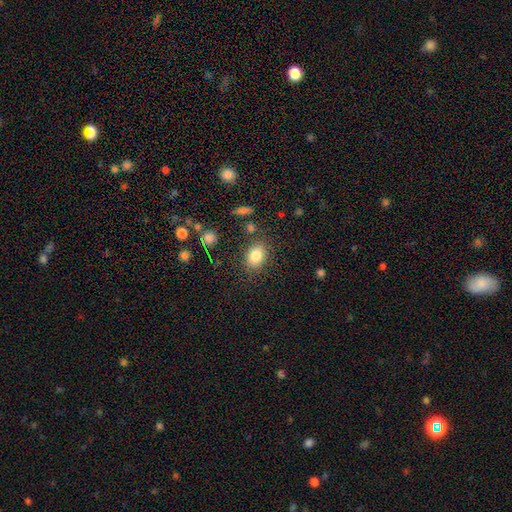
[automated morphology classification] smooth-or-featured: smooth: 83% | star or artifact: 10% | featured or disk: 8%
  how-rounded: in between: 72% | round: 27% | cigar-shaped: 1%
  merging: none: 81% | minor disturbance: 12% | major disturbance: 4% | merger: 4%